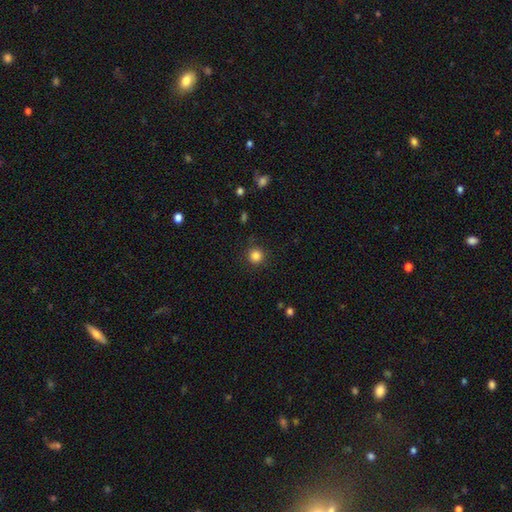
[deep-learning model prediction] This is clearly a smooth galaxy (84%). How rounded: clearly round (95%). Merging: clearly none (88%).